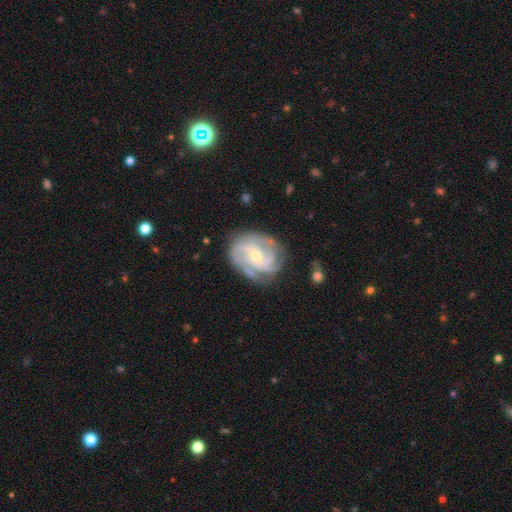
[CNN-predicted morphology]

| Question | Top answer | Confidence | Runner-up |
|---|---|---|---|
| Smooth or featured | featured or disk | 86% | smooth (9%) |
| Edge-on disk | no | 98% | yes (2%) |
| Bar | no | 59% | weak (33%) |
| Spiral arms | yes | 96% | no (4%) |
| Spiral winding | tight | 56% | medium (35%) |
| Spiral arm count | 3 | 35% | 2 (23%) |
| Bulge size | small | 56% | moderate (41%) |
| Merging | none | 69% | minor disturbance (21%) |